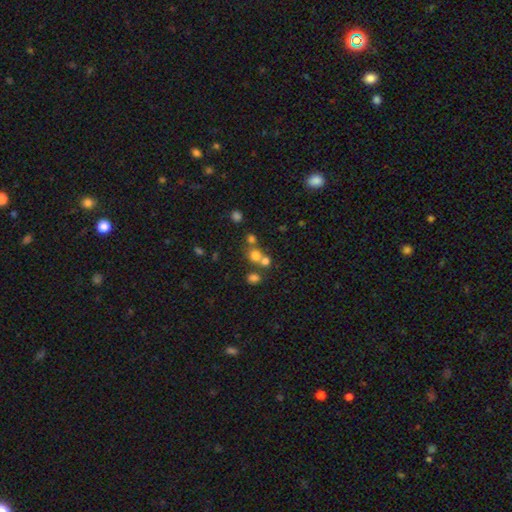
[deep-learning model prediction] A smooth galaxy with no disk features (69%) that is round (83%).

Vote fractions:
- Smooth or featured? smooth: 69% / star or artifact: 19% / featured or disk: 11%
- How rounded? round: 83% / in between: 15% / cigar-shaped: 1%
- Merging? none: 54% / merger: 35% / minor disturbance: 7% / major disturbance: 4%